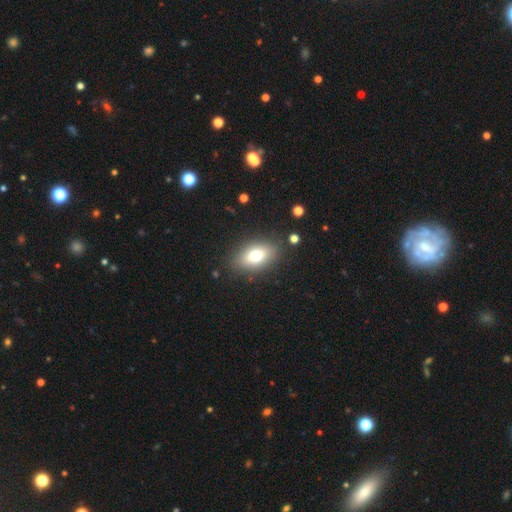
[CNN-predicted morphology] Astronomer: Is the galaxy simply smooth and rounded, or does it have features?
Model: smooth — 74%.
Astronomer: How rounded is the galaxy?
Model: in between — 86%.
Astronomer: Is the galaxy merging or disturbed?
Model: none — 84%.